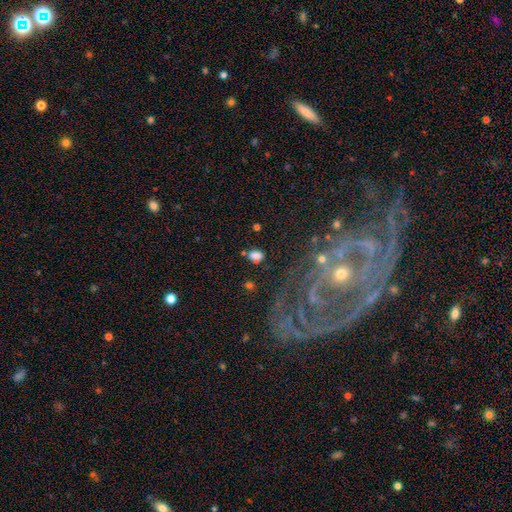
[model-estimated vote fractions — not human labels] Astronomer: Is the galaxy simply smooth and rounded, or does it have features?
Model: smooth — 69%.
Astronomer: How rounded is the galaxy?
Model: in between — 75%.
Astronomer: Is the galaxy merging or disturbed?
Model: none — 63%.